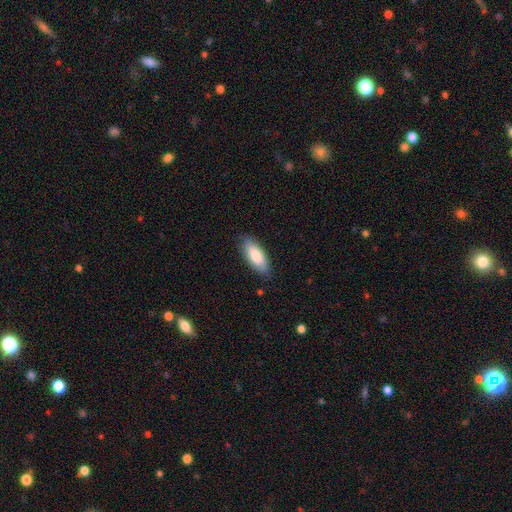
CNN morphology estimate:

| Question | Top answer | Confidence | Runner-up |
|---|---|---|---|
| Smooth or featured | smooth | 82% | featured or disk (12%) |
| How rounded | in between | 78% | cigar-shaped (20%) |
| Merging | none | 84% | minor disturbance (13%) |